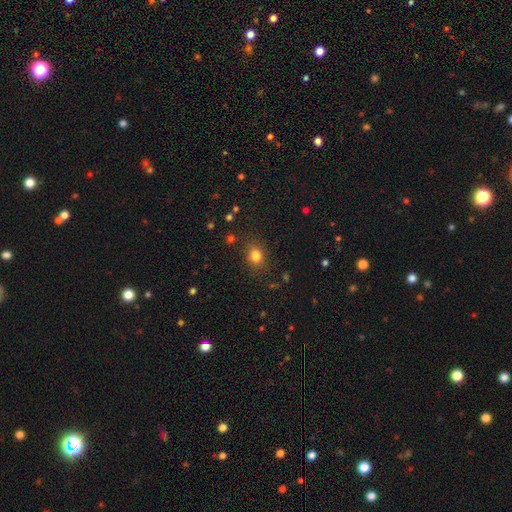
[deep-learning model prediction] Smooth or featured?
  - smooth: 80% *
  - star or artifact: 14%
  - featured or disk: 6%
How rounded?
  - round: 59% *
  - in between: 40%
  - cigar-shaped: 1%
Merging?
  - none: 83% *
  - minor disturbance: 11%
  - major disturbance: 4%
  - merger: 2%